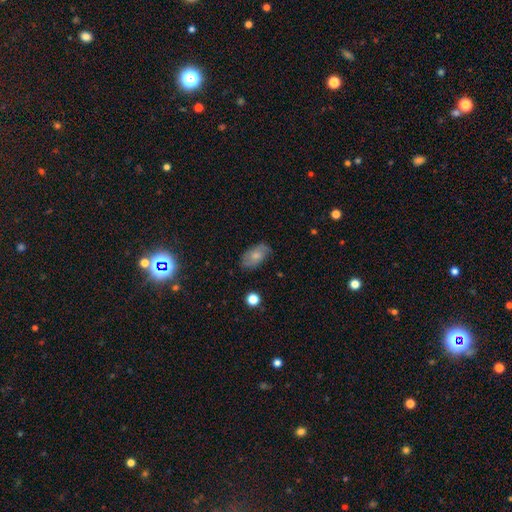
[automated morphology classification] Smooth or featured? Predicted: smooth (p=0.55). How rounded? Predicted: in between (p=0.91). Merging? Predicted: none (p=0.72).